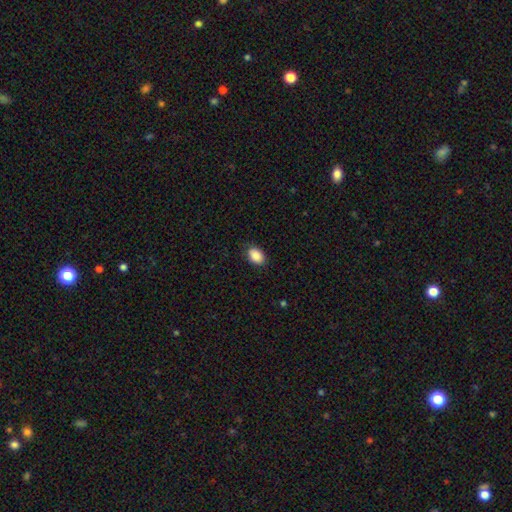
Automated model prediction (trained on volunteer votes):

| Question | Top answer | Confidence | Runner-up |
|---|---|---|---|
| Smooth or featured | smooth | 90% | star or artifact (7%) |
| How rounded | in between | 85% | round (14%) |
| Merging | none | 86% | minor disturbance (11%) |